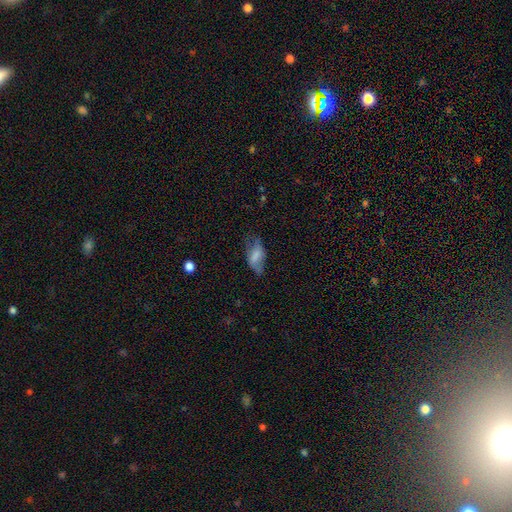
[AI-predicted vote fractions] A smooth galaxy with no disk features (62%) that is in between round and cigar-shaped (87%).

Vote fractions:
- Smooth or featured? smooth: 62% / featured or disk: 29% / star or artifact: 9%
- How rounded? in between: 87% / cigar-shaped: 9% / round: 4%
- Merging? none: 44% / minor disturbance: 32% / major disturbance: 22% / merger: 3%